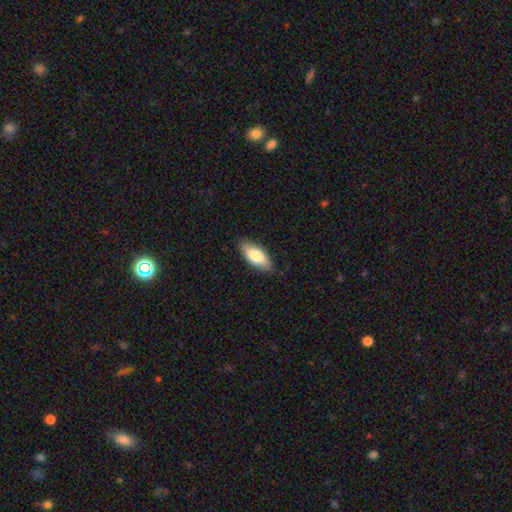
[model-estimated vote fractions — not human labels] Smooth or featured? Predicted: smooth (p=0.79). How rounded? Predicted: in between (p=0.84). Merging? Predicted: none (p=0.84).